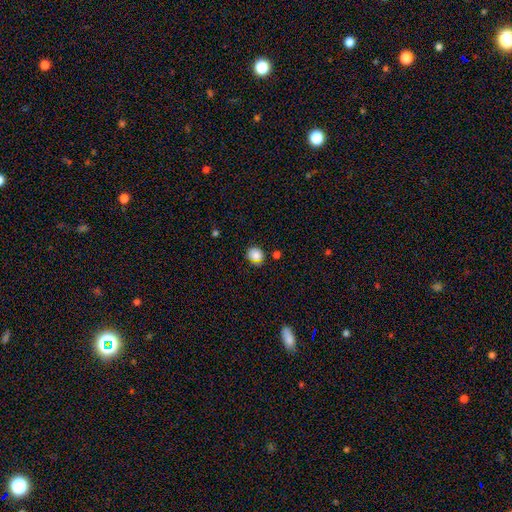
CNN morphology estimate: Smooth or featured? smooth (79%)
How rounded? round (77%)
Merging? none (77%)